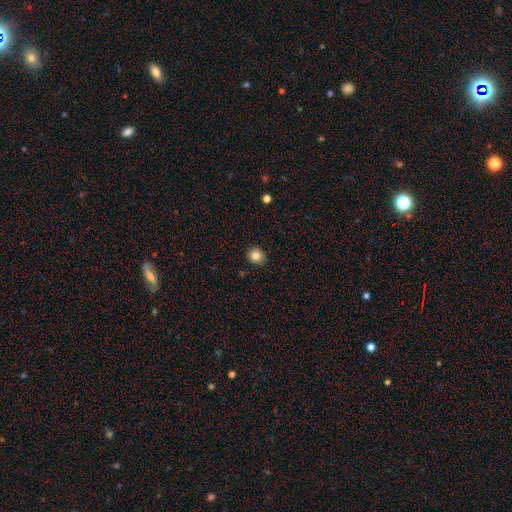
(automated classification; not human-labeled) smooth-or-featured: smooth: 84% | star or artifact: 11% | featured or disk: 6%
  how-rounded: round: 82% | in between: 17% | cigar-shaped: 1%
  merging: none: 90% | minor disturbance: 7% | major disturbance: 2% | merger: 1%